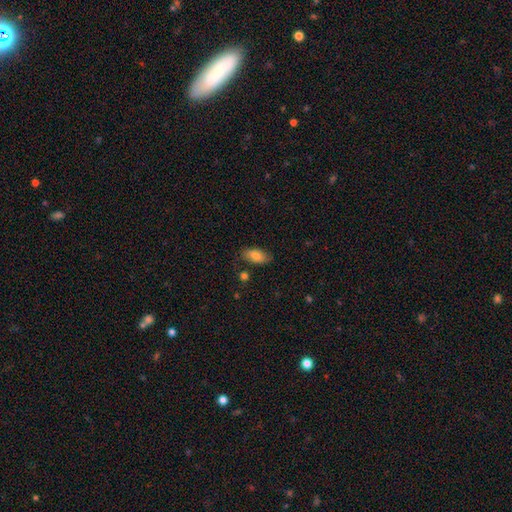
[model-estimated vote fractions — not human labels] This appears to be a smooth galaxy with no disk features (79%) that is in between round and cigar-shaped (91%). Merging: none (76%).